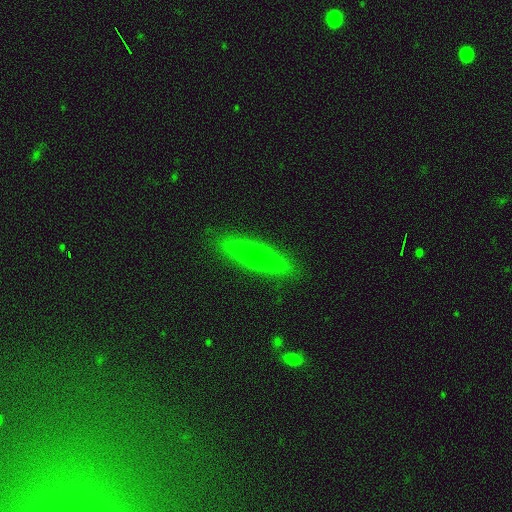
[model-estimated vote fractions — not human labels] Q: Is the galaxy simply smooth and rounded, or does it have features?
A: featured or disk — 57%.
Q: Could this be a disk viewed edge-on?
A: yes — 94%.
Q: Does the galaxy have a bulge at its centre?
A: rounded — 91%.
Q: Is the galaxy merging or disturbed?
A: none — 90%.